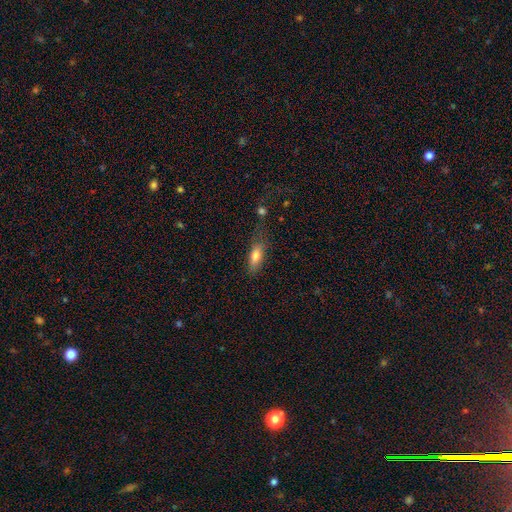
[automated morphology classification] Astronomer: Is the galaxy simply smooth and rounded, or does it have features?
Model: smooth — 77%.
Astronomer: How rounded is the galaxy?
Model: in between — 73%.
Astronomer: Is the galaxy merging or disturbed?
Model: none — 62%.